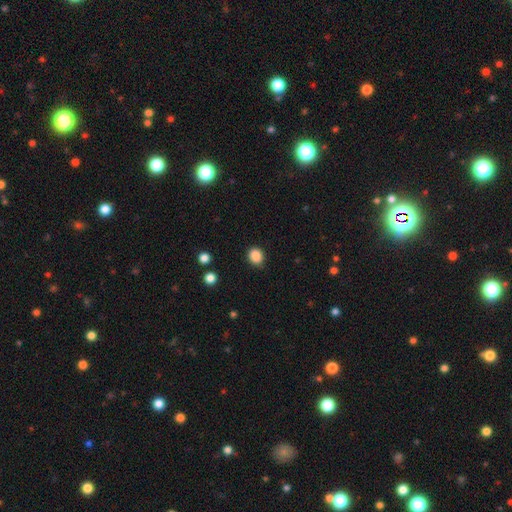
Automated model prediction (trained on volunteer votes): A smooth galaxy with no disk features (87%) that is round (68%). Merging: none (85%).